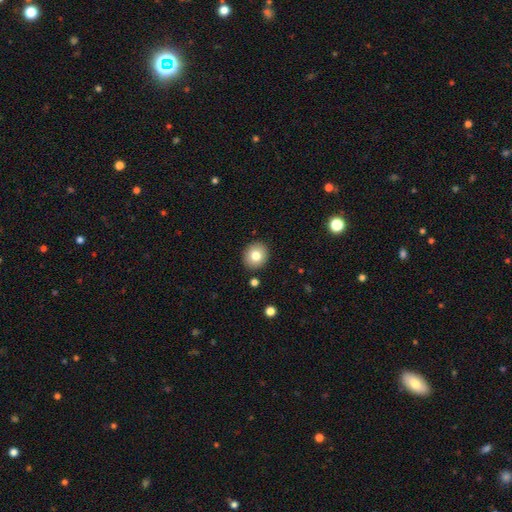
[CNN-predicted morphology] smooth 79%, featured or disk 11%, star or artifact 9%. Down the decision tree: how rounded — round (82%); merging — none (90%).